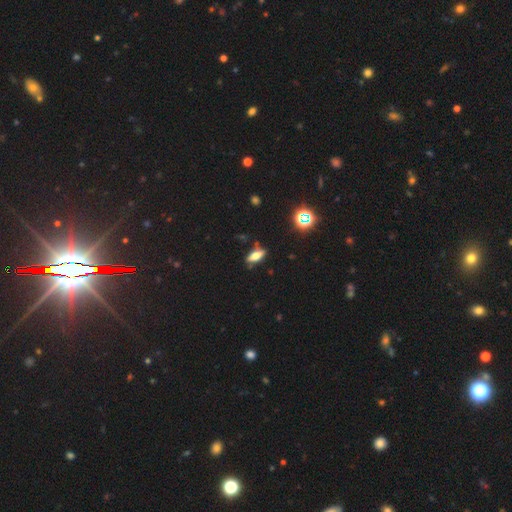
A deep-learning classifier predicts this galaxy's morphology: Smooth or featured: smooth — 57% (featured or disk — 29%)
How rounded: in between — 67% (cigar-shaped — 28%)
Merging: none — 78% (minor disturbance — 15%)